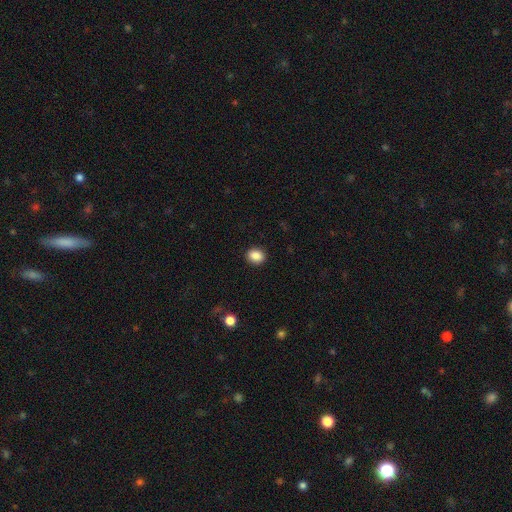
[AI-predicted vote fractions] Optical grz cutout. It shows a smooth galaxy with no disk features (88%) that is round (57%). Merging: none (91%).